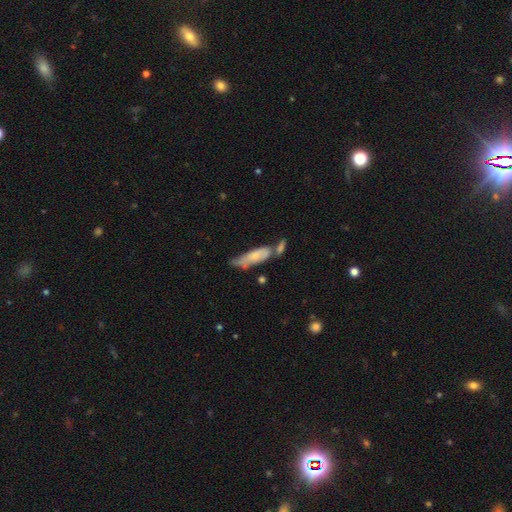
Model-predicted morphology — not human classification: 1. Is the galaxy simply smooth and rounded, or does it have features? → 63% smooth, 30% featured or disk, 7% star or artifact.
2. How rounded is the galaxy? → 57% cigar-shaped, 41% in between, 2% round.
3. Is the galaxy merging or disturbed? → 34% merger, 33% none, 23% minor disturbance, 9% major disturbance.